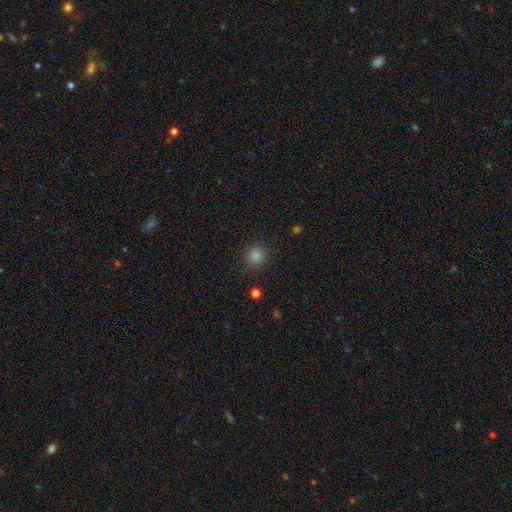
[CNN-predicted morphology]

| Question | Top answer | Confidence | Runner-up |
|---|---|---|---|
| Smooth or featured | smooth | 79% | star or artifact (17%) |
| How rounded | round | 86% | in between (13%) |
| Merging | none | 89% | minor disturbance (7%) |